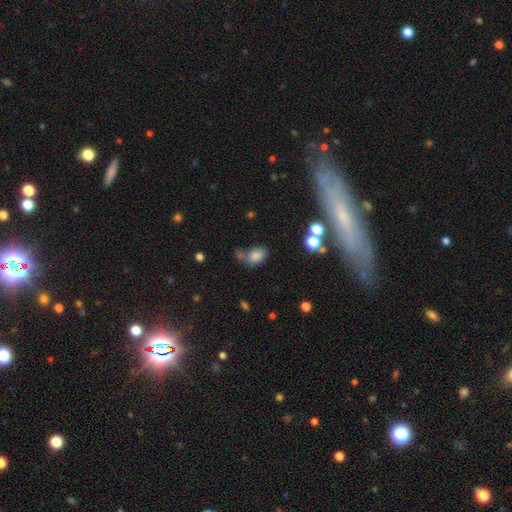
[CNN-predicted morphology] smooth 79%, star or artifact 12%, featured or disk 8%. Down the decision tree: how rounded — in between (76%); merging — none (47%).